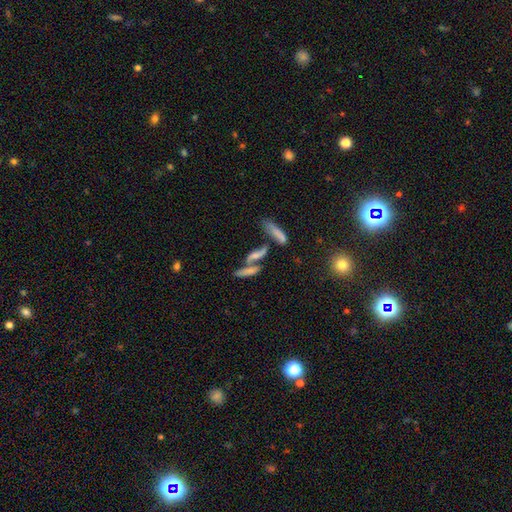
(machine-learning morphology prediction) smooth-or-featured: smooth: 43% | featured or disk: 40% | star or artifact: 17%
  merging: none: 42% | merger: 39% | minor disturbance: 11% | major disturbance: 8%